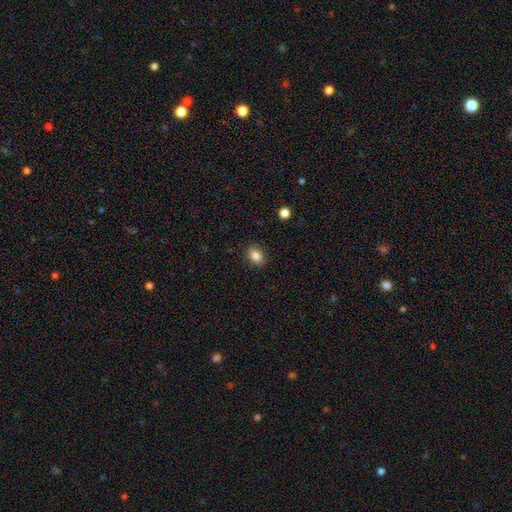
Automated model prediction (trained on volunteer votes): Overall: smooth (85%). How rounded: in between (61%; round 38%). Merging: none (87%).